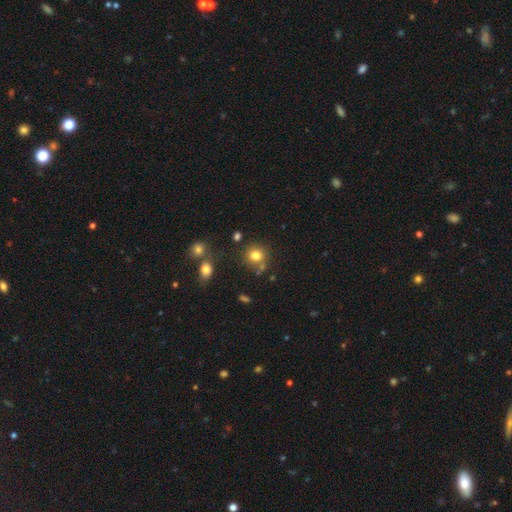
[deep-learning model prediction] smooth_or_featured: smooth (p=0.80) [alt: star or artifact p=0.13]
how_rounded: round (p=0.88) [alt: in between p=0.11]
merging: none (p=0.74) [alt: merger p=0.11]